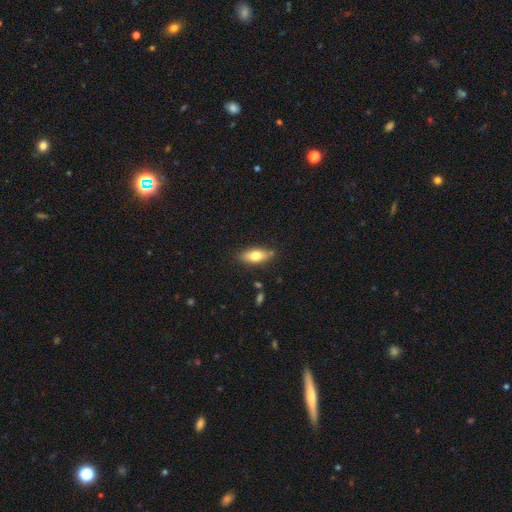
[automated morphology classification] Smooth or featured? Predicted: smooth (p=0.71). How rounded? Predicted: in between (p=0.80). Merging? Predicted: none (p=0.81).